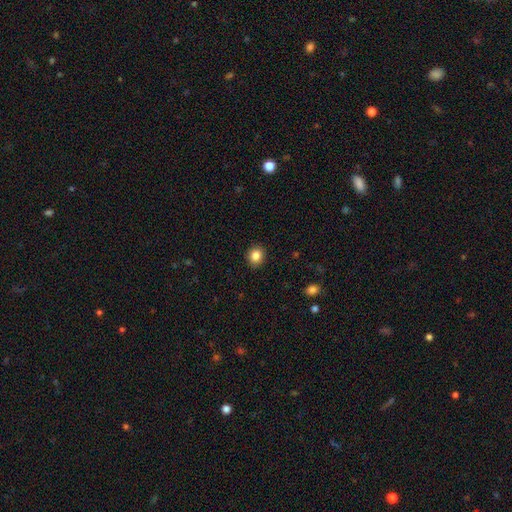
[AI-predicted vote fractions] A smooth galaxy with no disk features (85%) that is round (76%).

Vote fractions:
- Smooth or featured? smooth: 85% / star or artifact: 10% / featured or disk: 5%
- How rounded? round: 76% / in between: 23% / cigar-shaped: 1%
- Merging? none: 91% / minor disturbance: 6% / major disturbance: 2% / merger: 1%